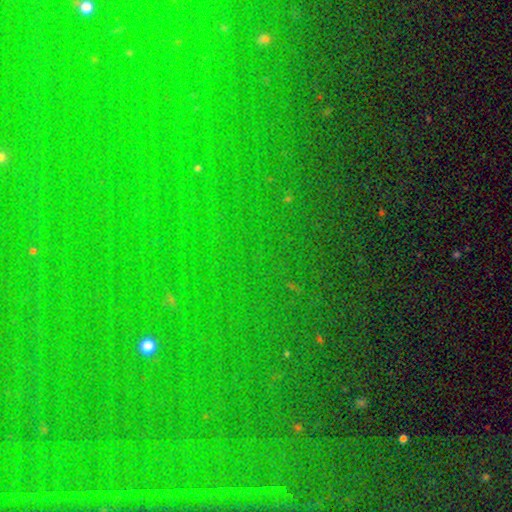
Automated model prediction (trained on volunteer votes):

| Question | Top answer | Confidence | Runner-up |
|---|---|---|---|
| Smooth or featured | star or artifact | 81% | smooth (11%) |